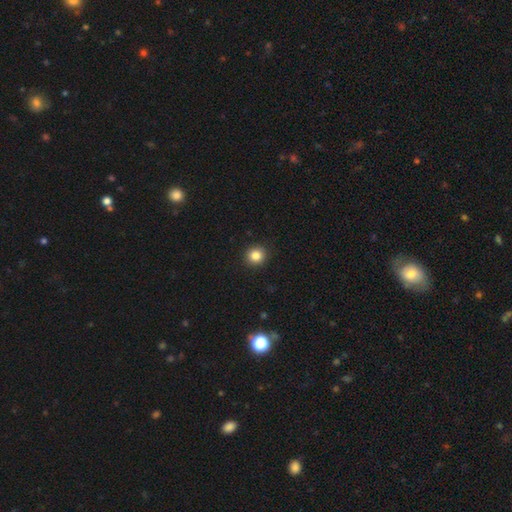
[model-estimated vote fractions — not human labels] Smooth or featured? smooth (85%)
How rounded? round (88%)
Merging? none (91%)